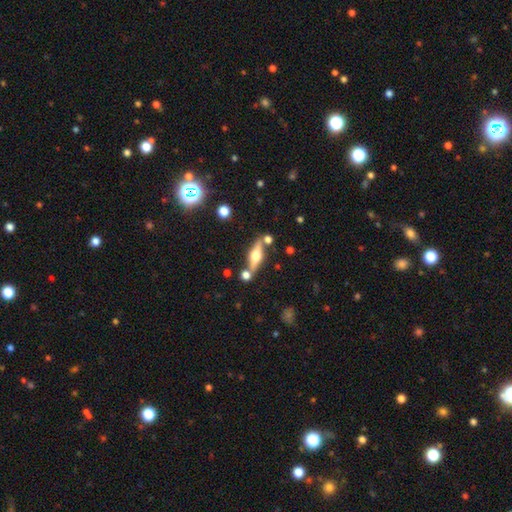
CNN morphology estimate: type=featured or disk (67%); edge-on=yes (94%); edge-on bulge=rounded (94%); merging=none (75%).